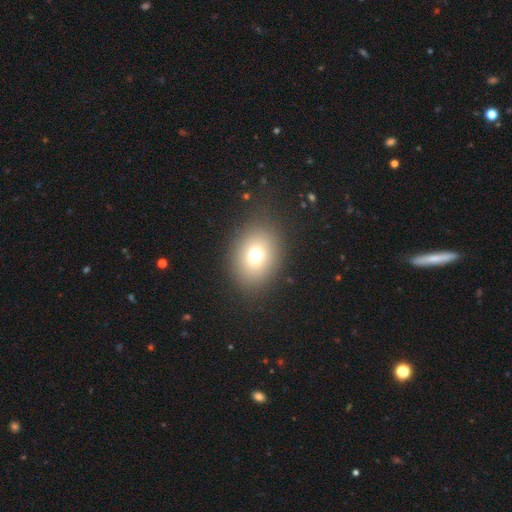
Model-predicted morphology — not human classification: The model was most divided on "how rounded": in between: 58%, round: 41%, cigar-shaped: 1%. More confident: merging — none (84%); smooth or featured — smooth (72%).